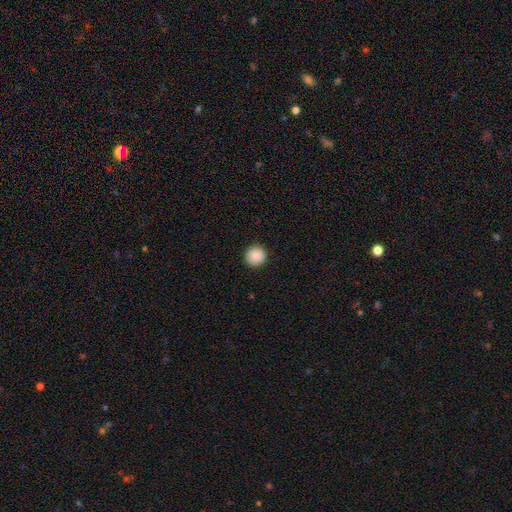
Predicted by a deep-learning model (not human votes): This is clearly a smooth galaxy (89%). How rounded: clearly round (95%). Merging: clearly none (93%).